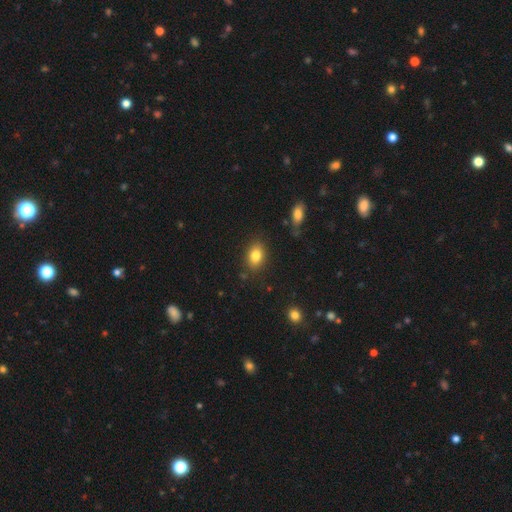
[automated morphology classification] smooth_or_featured: smooth (p=0.83) [alt: star or artifact p=0.09]
how_rounded: in between (p=0.80) [alt: round p=0.18]
merging: none (p=0.84) [alt: minor disturbance p=0.11]